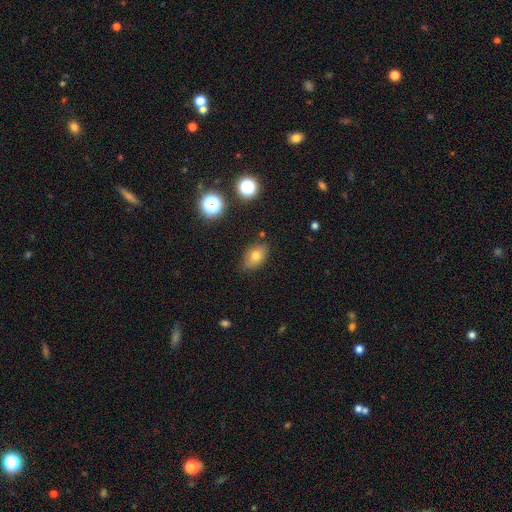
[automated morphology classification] Q: Smooth or featured?
A: smooth (73%); runner-up: star or artifact (14%)
Q: How rounded?
A: in between (81%); runner-up: round (18%)
Q: Merging?
A: none (79%); runner-up: minor disturbance (15%)